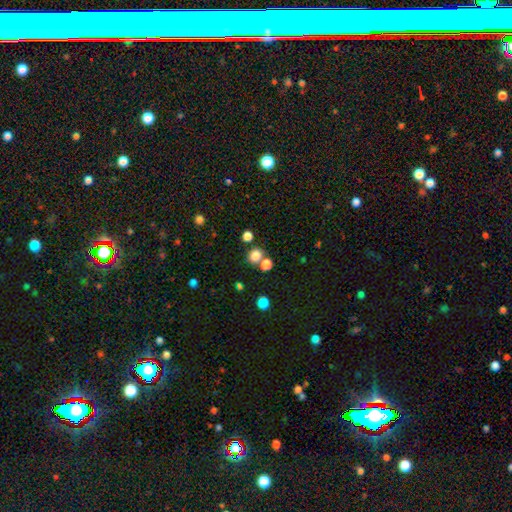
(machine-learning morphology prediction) A smooth galaxy with no disk features (80%) that is round (77%).

Vote fractions:
- Smooth or featured? smooth: 80% / star or artifact: 15% / featured or disk: 6%
- How rounded? round: 77% / in between: 22% / cigar-shaped: 1%
- Merging? none: 66% / merger: 22% / minor disturbance: 8% / major disturbance: 4%